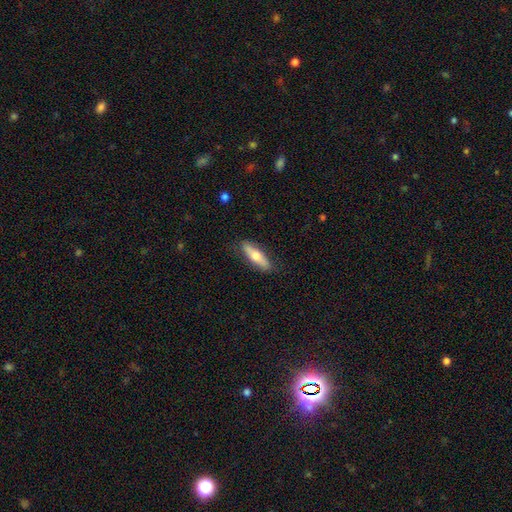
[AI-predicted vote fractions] smooth-or-featured: smooth: 62% | featured or disk: 32% | star or artifact: 6%
  how-rounded: cigar-shaped: 57% | in between: 41% | round: 2%
  merging: none: 85% | minor disturbance: 12% | major disturbance: 2% | merger: 1%